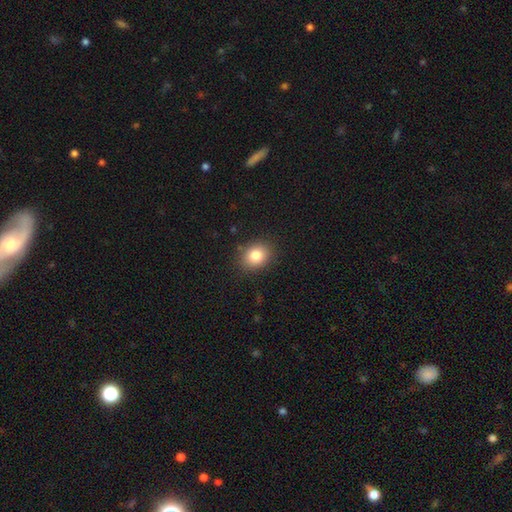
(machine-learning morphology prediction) Overall: smooth (82%). How rounded: round (53%; in between 46%). Merging: none (87%).